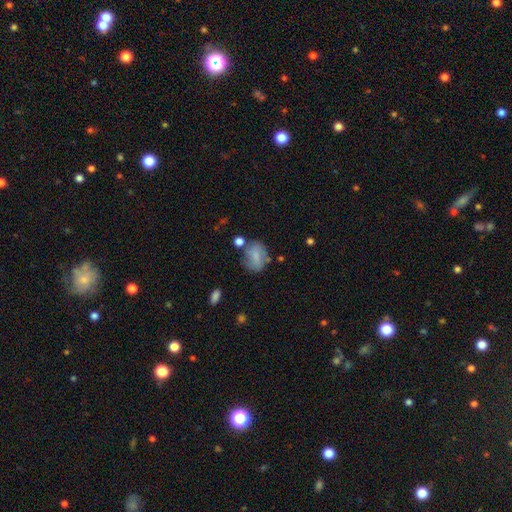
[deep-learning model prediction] smooth_or_featured: smooth (p=0.70) [alt: featured or disk p=0.21]
how_rounded: in between (p=0.60) [alt: round p=0.38]
merging: none (p=0.56) [alt: minor disturbance p=0.23]